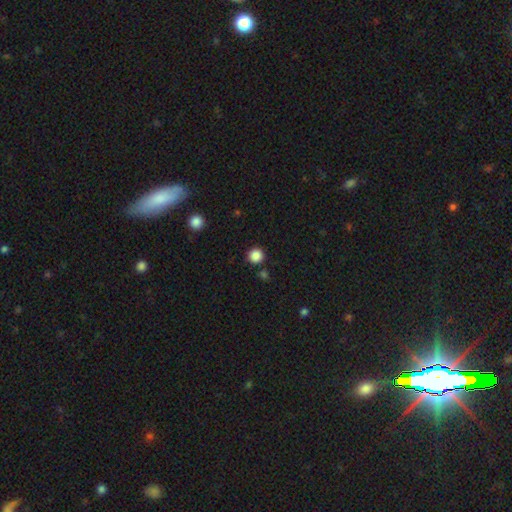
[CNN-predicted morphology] Smooth or featured?
  - smooth: 86% *
  - star or artifact: 11%
  - featured or disk: 3%
How rounded?
  - round: 95% *
  - in between: 4%
  - cigar-shaped: 1%
Merging?
  - none: 89% *
  - minor disturbance: 6%
  - merger: 3%
  - major disturbance: 2%